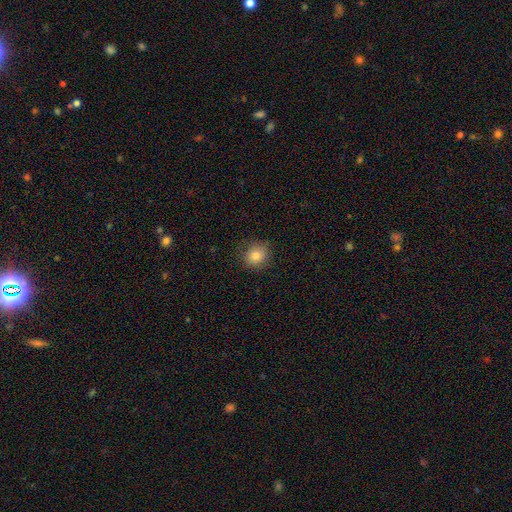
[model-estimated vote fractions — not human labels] Q: Smooth or featured?
A: smooth (83%); runner-up: star or artifact (10%)
Q: How rounded?
A: round (84%); runner-up: in between (15%)
Q: Merging?
A: none (83%); runner-up: minor disturbance (12%)